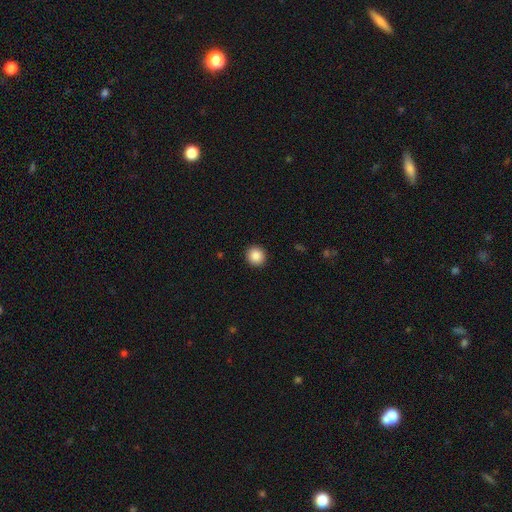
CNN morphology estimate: Q: Smooth or featured?
A: smooth (87%); runner-up: star or artifact (9%)
Q: How rounded?
A: round (93%); runner-up: in between (6%)
Q: Merging?
A: none (93%); runner-up: minor disturbance (5%)